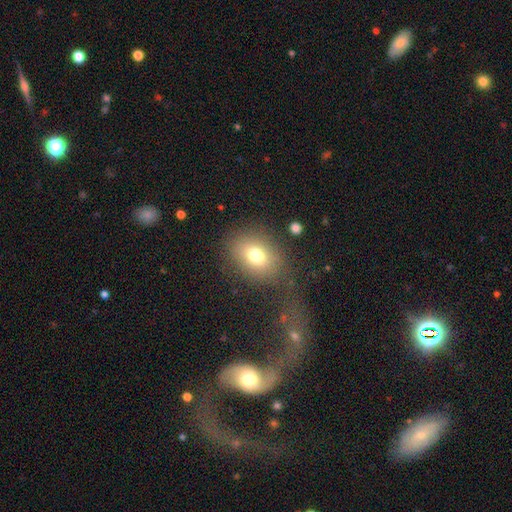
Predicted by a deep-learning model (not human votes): Smooth or featured? smooth (75%)
How rounded? in between (60%)
Merging? none (70%)